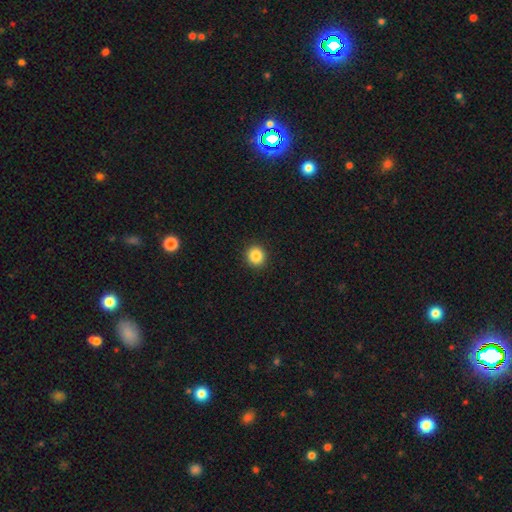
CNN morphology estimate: Smooth or featured? Predicted: smooth (p=0.86). How rounded? Predicted: round (p=0.93). Merging? Predicted: none (p=0.93).